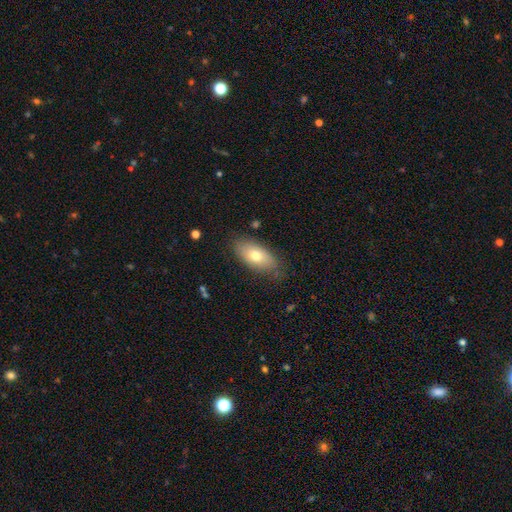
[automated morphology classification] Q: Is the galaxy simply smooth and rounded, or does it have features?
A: smooth — 71%.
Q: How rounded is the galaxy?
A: in between — 89%.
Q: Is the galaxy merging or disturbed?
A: none — 78%.